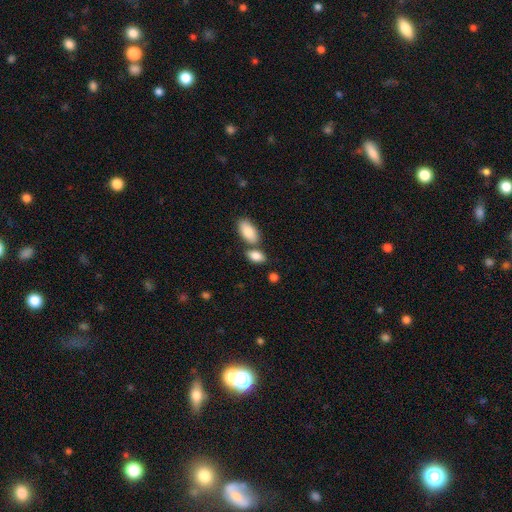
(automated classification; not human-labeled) A smooth galaxy with no disk features (86%) that is in between round and cigar-shaped (89%). Merging: none (54%).